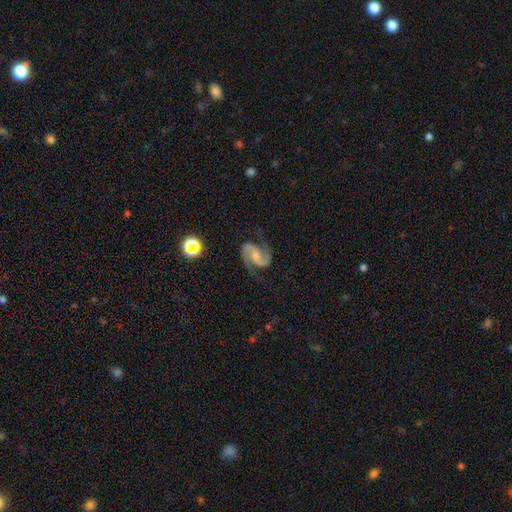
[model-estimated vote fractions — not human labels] The model was most divided on "bar": no: 45%, weak: 41%, strong: 15%. Remaining: edge-on disk — no (98%); spiral arms — yes (98%); spiral arm count — 2 (94%); smooth or featured — featured or disk (89%); merging — none (76%); spiral winding — medium (59%); bulge size — small (50%).